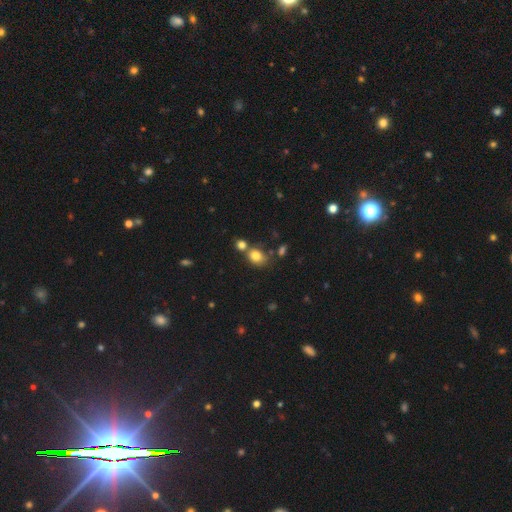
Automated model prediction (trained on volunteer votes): Smooth or featured: smooth — 80% (star or artifact — 11%)
How rounded: in between — 54% (round — 44%)
Merging: none — 54% (merger — 29%)